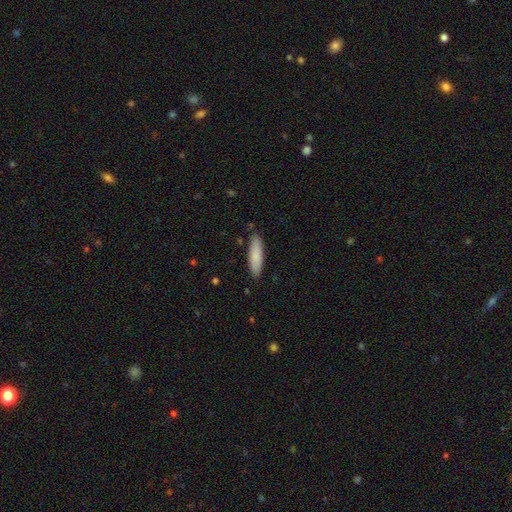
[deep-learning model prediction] Q: Smooth or featured?
A: smooth (83%); runner-up: featured or disk (11%)
Q: How rounded?
A: cigar-shaped (65%); runner-up: in between (34%)
Q: Merging?
A: none (86%); runner-up: minor disturbance (10%)